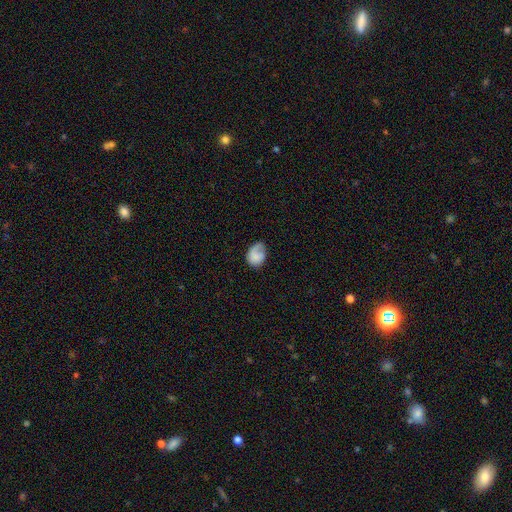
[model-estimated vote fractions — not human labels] smooth_or_featured: smooth (p=0.69) [alt: featured or disk p=0.23]
how_rounded: in between (p=0.65) [alt: round p=0.34]
merging: none (p=0.44) [alt: minor disturbance p=0.30]